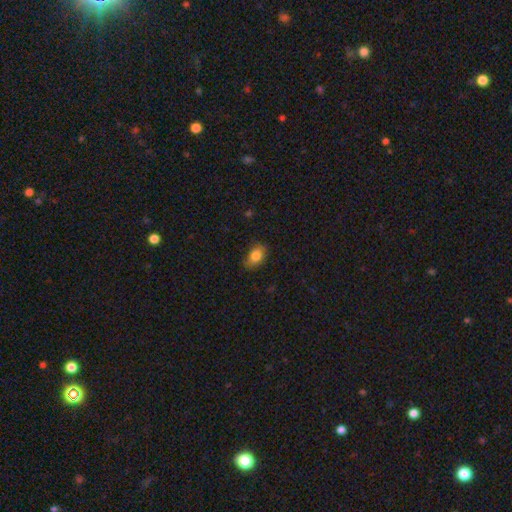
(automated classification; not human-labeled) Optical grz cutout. It shows a smooth galaxy with no disk features (81%) that is in between round and cigar-shaped (85%). Merging: none (82%).